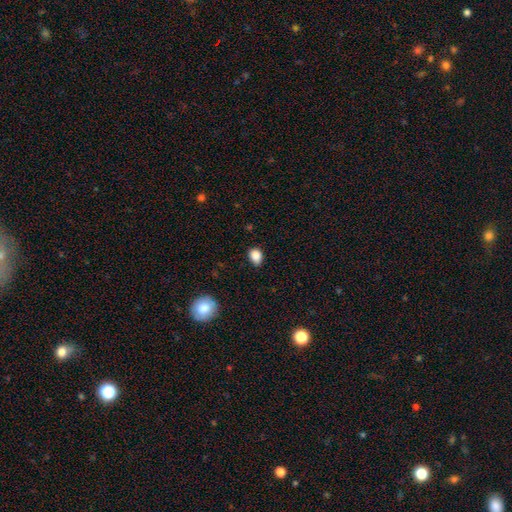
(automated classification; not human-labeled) This is clearly a smooth galaxy (87%). How rounded: likely in between (61%). Merging: likely none (78%).